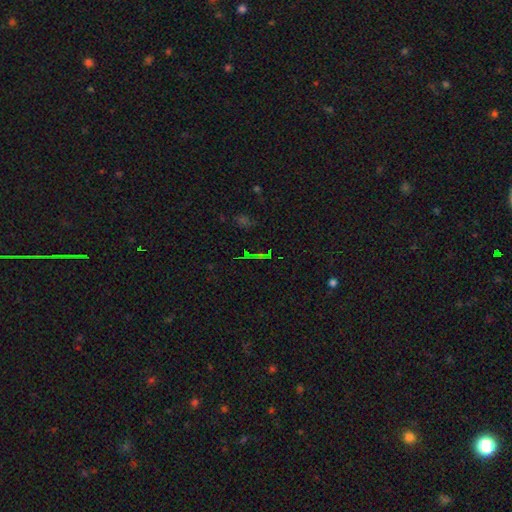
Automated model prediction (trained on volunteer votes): smooth-or-featured: star or artifact: 63% | smooth: 21% | featured or disk: 16%